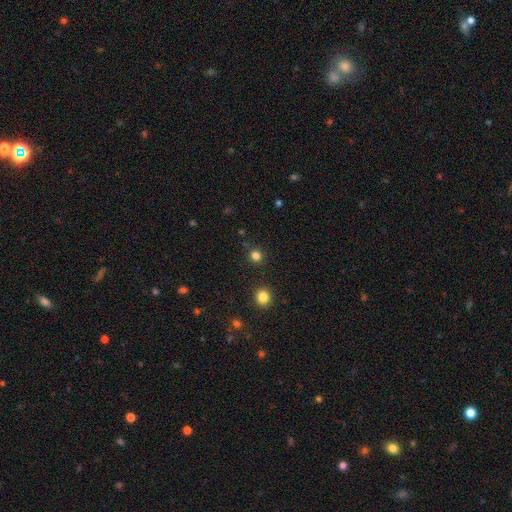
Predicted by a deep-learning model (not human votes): Smooth or featured?
  - smooth: 80% *
  - star or artifact: 16%
  - featured or disk: 4%
How rounded?
  - round: 93% *
  - in between: 6%
  - cigar-shaped: 1%
Merging?
  - none: 89% *
  - minor disturbance: 6%
  - merger: 3%
  - major disturbance: 2%